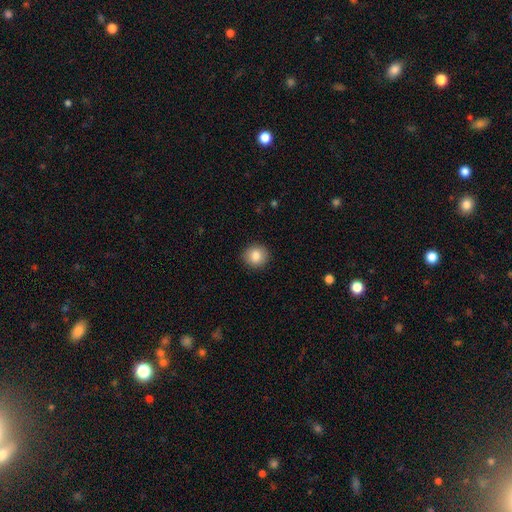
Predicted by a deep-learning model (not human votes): Smooth or featured? Predicted: smooth (p=0.86). How rounded? Predicted: round (p=0.88). Merging? Predicted: none (p=0.91).